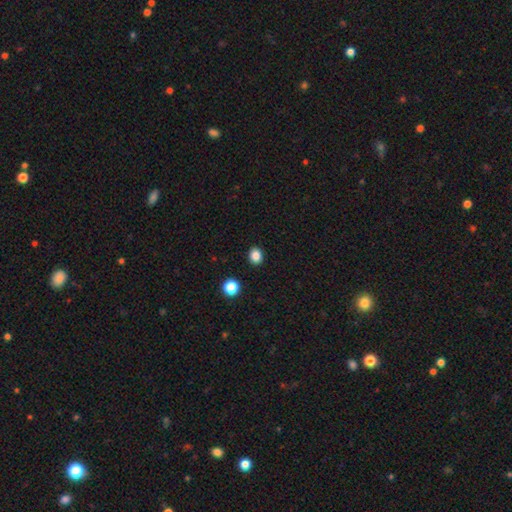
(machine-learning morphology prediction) A smooth galaxy with no disk features (86%) that is round (56%).

Vote fractions:
- Smooth or featured? smooth: 86% / star or artifact: 11% / featured or disk: 3%
- How rounded? round: 56% / in between: 43% / cigar-shaped: 1%
- Merging? none: 91% / minor disturbance: 6% / major disturbance: 2% / merger: 1%